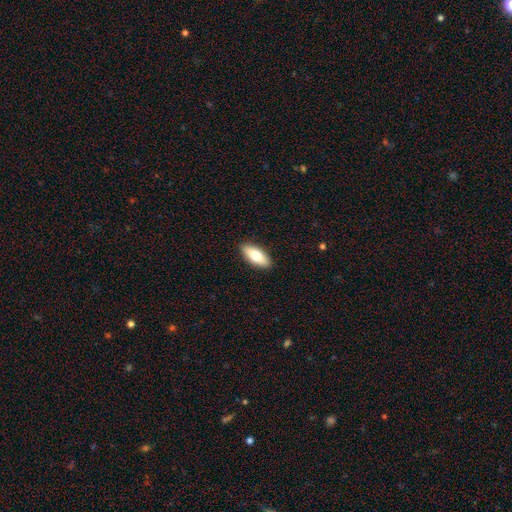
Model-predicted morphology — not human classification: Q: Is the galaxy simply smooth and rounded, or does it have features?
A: smooth — 73%.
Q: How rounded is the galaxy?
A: in between — 80%.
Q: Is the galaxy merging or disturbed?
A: none — 90%.